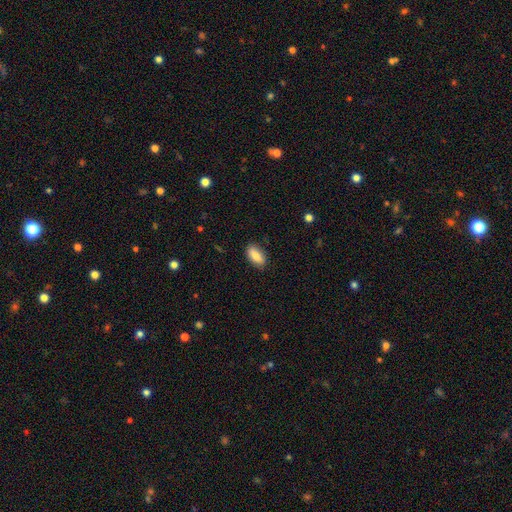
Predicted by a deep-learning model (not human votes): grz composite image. It shows a smooth galaxy with no disk features (83%) that is in between round and cigar-shaped (87%). Merging: none (85%).